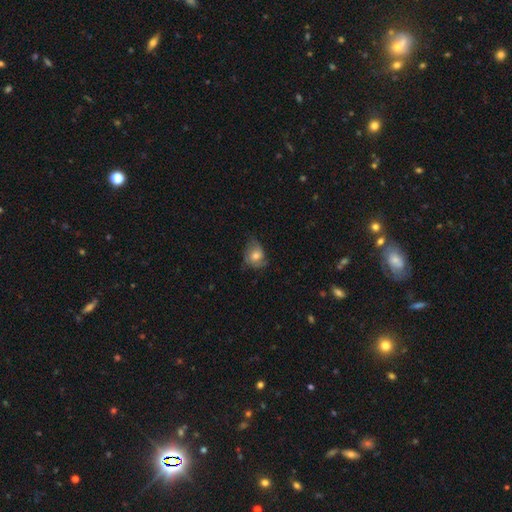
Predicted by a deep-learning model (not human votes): Smooth or featured? smooth (56%)
How rounded? round (53%)
Merging? none (48%)